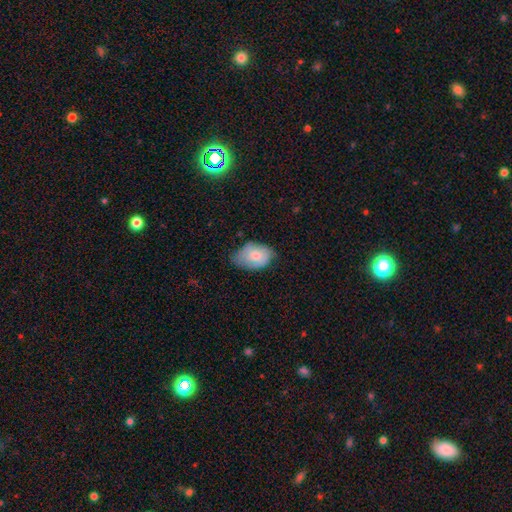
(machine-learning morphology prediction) Overall: smooth (73%). How rounded: in between (83%). Merging: none (49%; minor disturbance 40%).